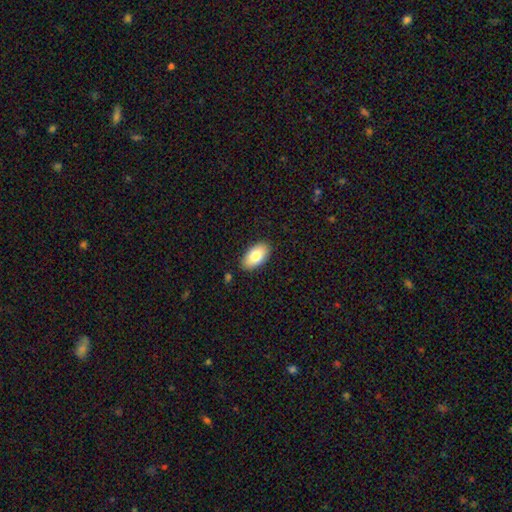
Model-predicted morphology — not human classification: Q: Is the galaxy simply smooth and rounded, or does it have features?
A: smooth — 78%.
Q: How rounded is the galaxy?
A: in between — 94%.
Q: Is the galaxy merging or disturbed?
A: none — 87%.